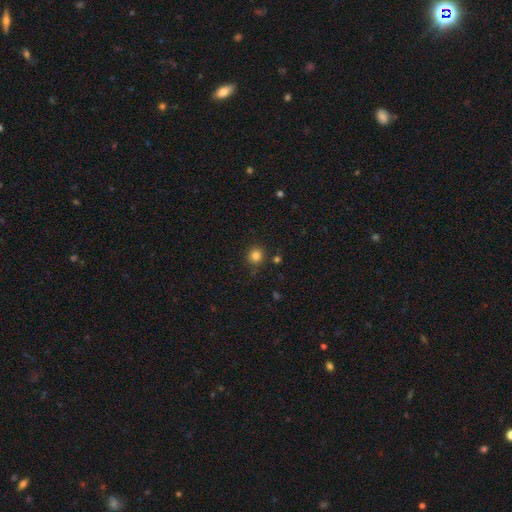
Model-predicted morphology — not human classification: smooth-or-featured: smooth: 83% | star or artifact: 13% | featured or disk: 5%
  how-rounded: round: 89% | in between: 10% | cigar-shaped: 1%
  merging: none: 86% | minor disturbance: 9% | merger: 3% | major disturbance: 3%